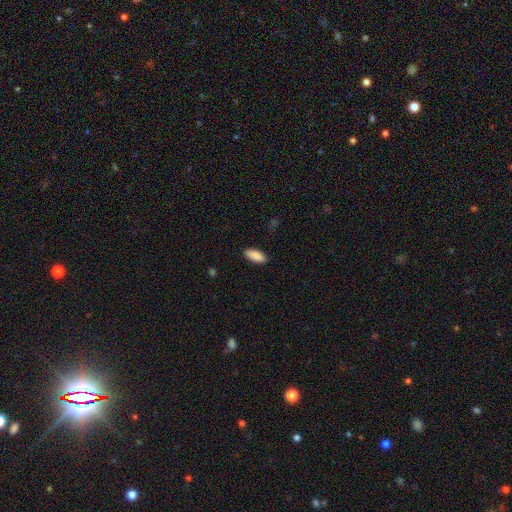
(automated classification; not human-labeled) smooth 90%, star or artifact 6%, featured or disk 4%. Down the decision tree: how rounded — in between (85%); merging — none (87%).